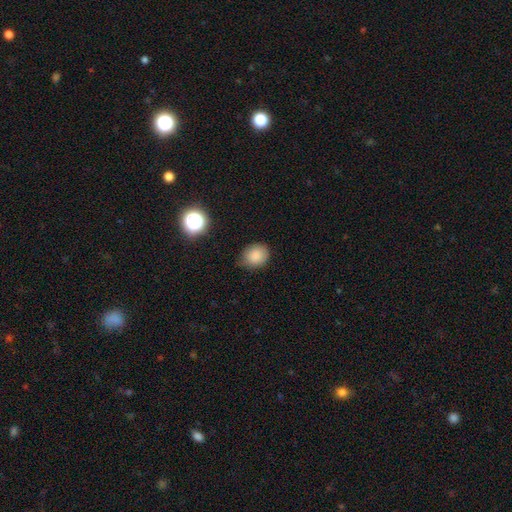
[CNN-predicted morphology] A smooth galaxy with no disk features (84%) that is round (68%). Merging: none (69%).